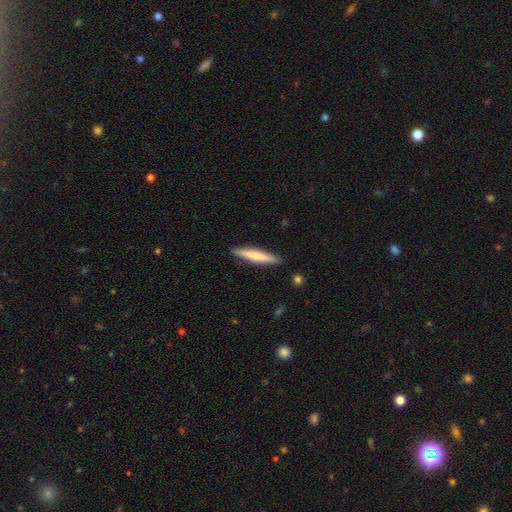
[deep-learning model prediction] smooth-or-featured: smooth: 65% | featured or disk: 30% | star or artifact: 5%
  how-rounded: cigar-shaped: 93% | in between: 6% | round: 1%
  merging: none: 90% | minor disturbance: 8% | major disturbance: 1% | merger: 1%